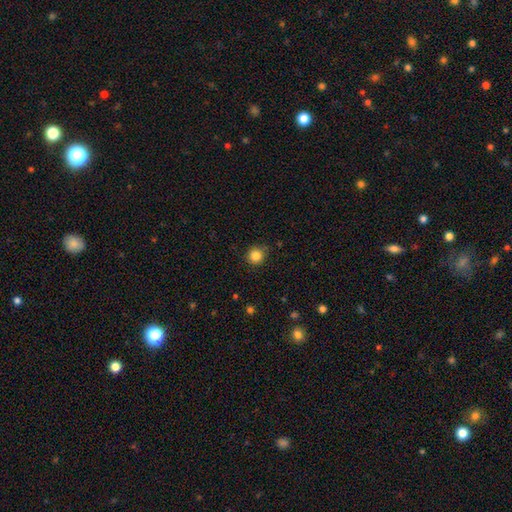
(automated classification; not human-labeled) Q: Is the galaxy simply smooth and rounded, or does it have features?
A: smooth — 84%.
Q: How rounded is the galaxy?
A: round — 92%.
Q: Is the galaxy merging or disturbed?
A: none — 85%.